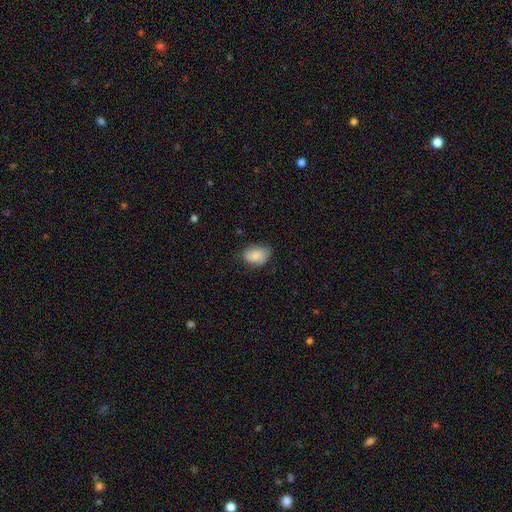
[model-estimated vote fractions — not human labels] A smooth galaxy with no disk features (79%) that is in between round and cigar-shaped (79%). Merging: none (66%).